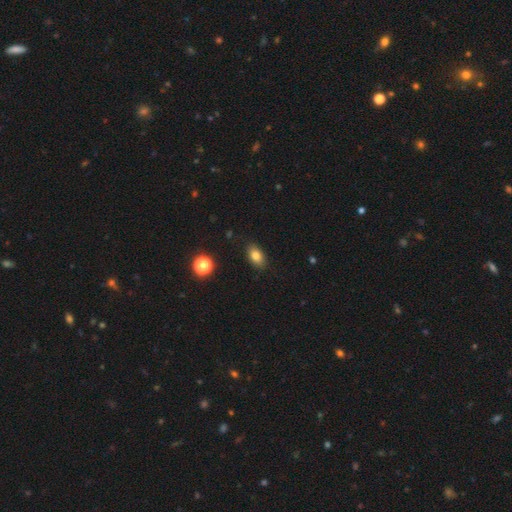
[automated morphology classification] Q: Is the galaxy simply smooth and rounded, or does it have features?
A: smooth — 81%.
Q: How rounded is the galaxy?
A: in between — 87%.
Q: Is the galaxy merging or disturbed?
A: none — 87%.